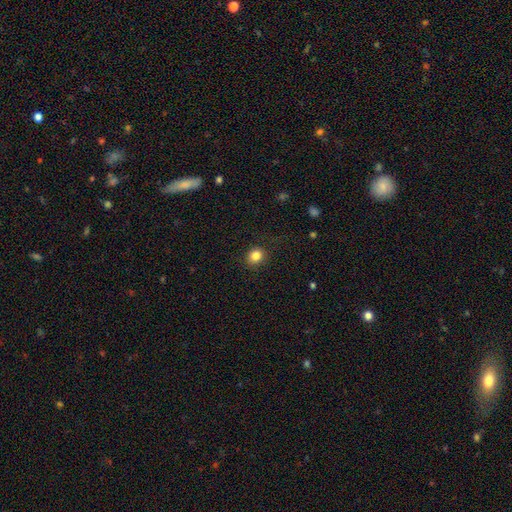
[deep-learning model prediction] This appears to be a smooth galaxy with no disk features (84%) that is round (77%). Merging: none (87%).